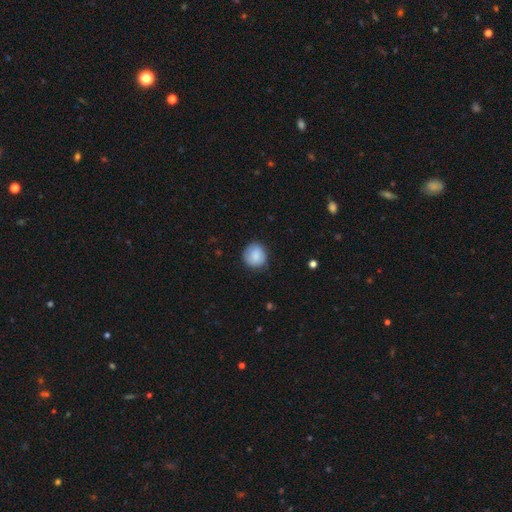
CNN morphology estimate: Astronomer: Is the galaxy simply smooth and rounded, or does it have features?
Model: smooth — 84%.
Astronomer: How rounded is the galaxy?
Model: round — 87%.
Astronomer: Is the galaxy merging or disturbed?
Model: none — 81%.